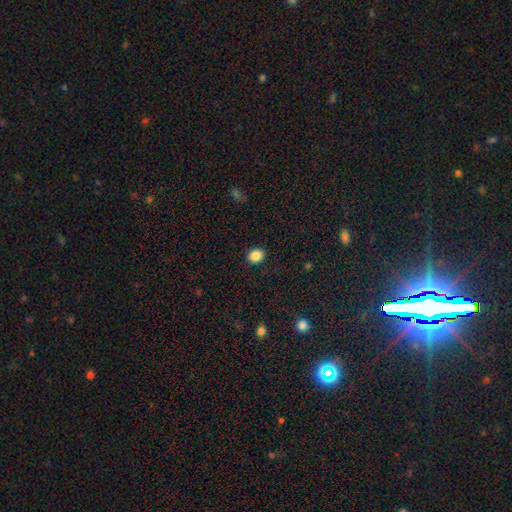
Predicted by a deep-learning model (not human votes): smooth-or-featured: smooth: 87% | star or artifact: 9% | featured or disk: 4%
  how-rounded: in between: 53% | round: 46% | cigar-shaped: 1%
  merging: none: 89% | minor disturbance: 8% | major disturbance: 2% | merger: 1%